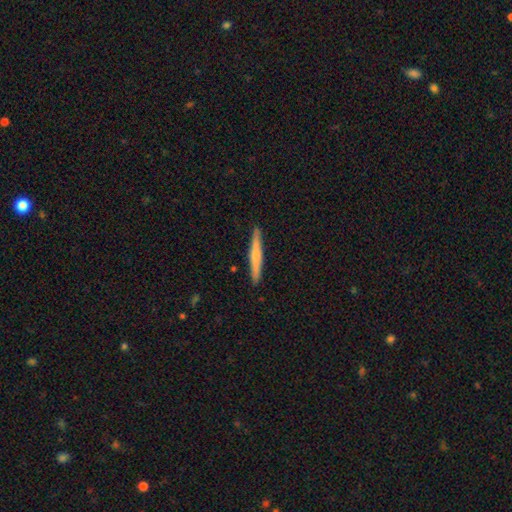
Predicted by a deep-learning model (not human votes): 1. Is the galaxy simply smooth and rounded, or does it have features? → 50% smooth, 45% featured or disk, 5% star or artifact.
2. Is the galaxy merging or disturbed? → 91% none, 7% minor disturbance, 1% major disturbance, 1% merger.